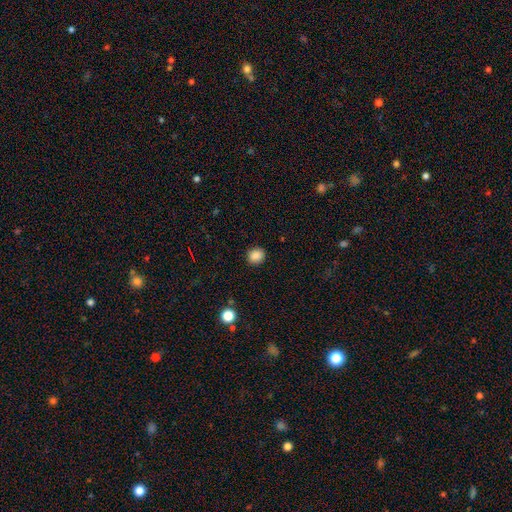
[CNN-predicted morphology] smooth_or_featured: smooth (p=0.87) [alt: star or artifact p=0.10]
how_rounded: round (p=0.76) [alt: in between p=0.23]
merging: none (p=0.89) [alt: minor disturbance p=0.08]